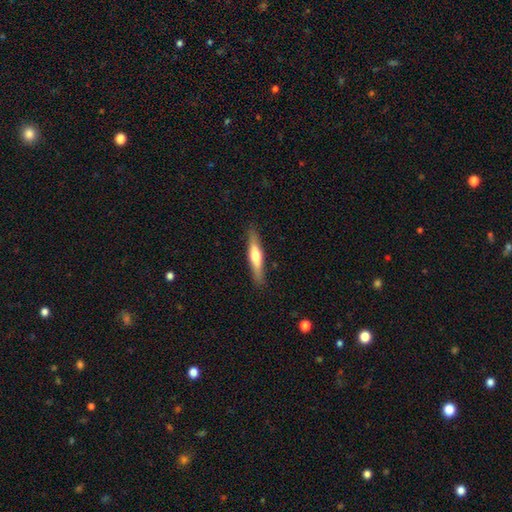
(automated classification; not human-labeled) Smooth or featured?
  - featured or disk: 49% *
  - smooth: 45%
  - star or artifact: 6%
Merging?
  - none: 87% *
  - minor disturbance: 9%
  - major disturbance: 2%
  - merger: 1%